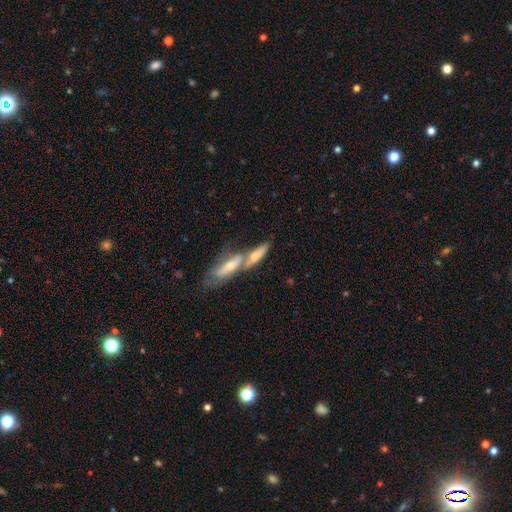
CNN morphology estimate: smooth_or_featured: smooth (p=0.49) [alt: featured or disk p=0.44]
merging: merger (p=0.60) [alt: none p=0.27]